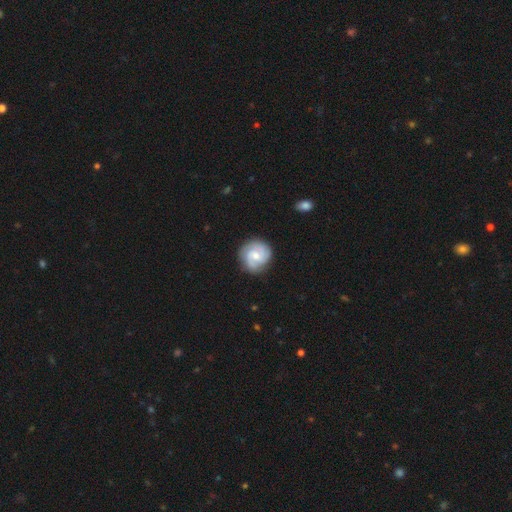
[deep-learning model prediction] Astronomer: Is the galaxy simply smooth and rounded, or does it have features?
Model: featured or disk — 68%.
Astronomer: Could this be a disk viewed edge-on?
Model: no — 98%.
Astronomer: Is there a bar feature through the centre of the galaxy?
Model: no — 60%.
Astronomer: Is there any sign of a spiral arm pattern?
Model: yes — 94%.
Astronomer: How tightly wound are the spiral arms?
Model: tight — 51% (runner-up: medium, 38%).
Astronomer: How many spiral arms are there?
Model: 2 — 35% (runner-up: 3, 33%).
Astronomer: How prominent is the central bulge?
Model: small — 51% (runner-up: moderate, 45%).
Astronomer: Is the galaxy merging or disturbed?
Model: none — 81%.